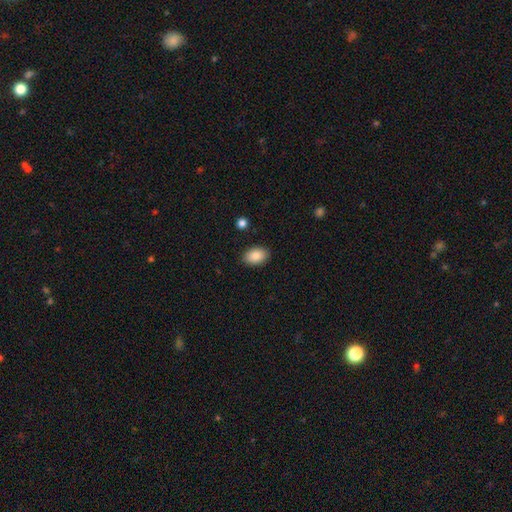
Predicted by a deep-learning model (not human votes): smooth-or-featured: smooth: 86% | star or artifact: 7% | featured or disk: 6%
  how-rounded: in between: 88% | round: 11% | cigar-shaped: 1%
  merging: none: 89% | minor disturbance: 8% | major disturbance: 2% | merger: 1%